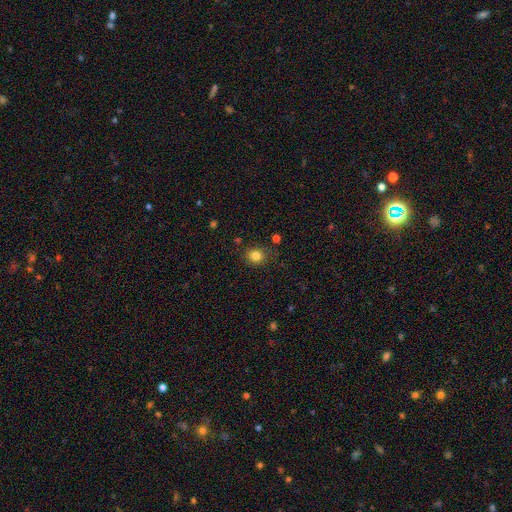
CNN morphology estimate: A smooth galaxy with no disk features (83%) that is round (76%). Merging: none (83%).